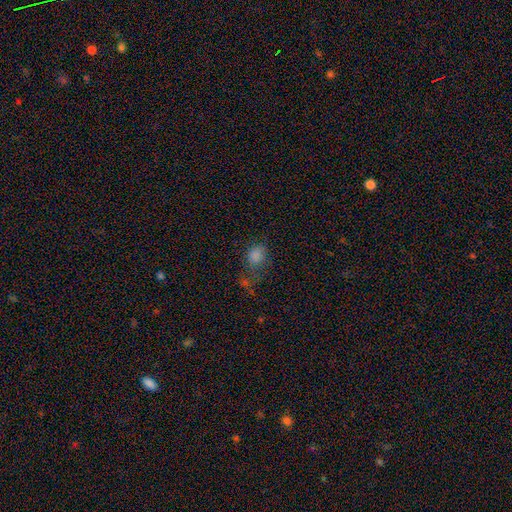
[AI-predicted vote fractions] This is likely a smooth galaxy (73%). How rounded: possibly in between (50%). Merging: possibly none (47%).